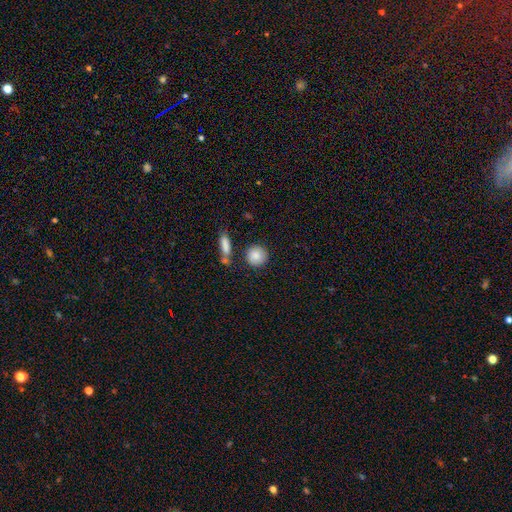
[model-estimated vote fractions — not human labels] Q: Smooth or featured?
A: smooth (87%); runner-up: star or artifact (7%)
Q: How rounded?
A: round (89%); runner-up: in between (9%)
Q: Merging?
A: none (80%); runner-up: minor disturbance (10%)